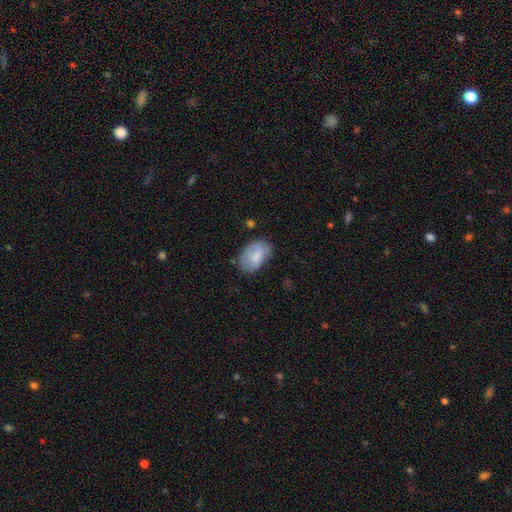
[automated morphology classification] Smooth or featured? smooth (76%)
How rounded? in between (92%)
Merging? none (65%)